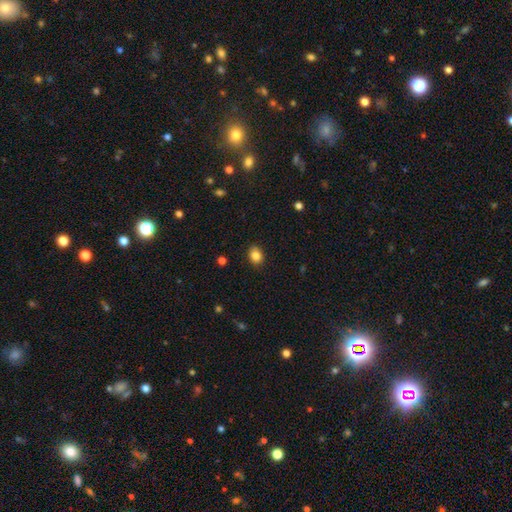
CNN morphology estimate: Q: Smooth or featured?
A: smooth (84%); runner-up: star or artifact (10%)
Q: How rounded?
A: in between (62%); runner-up: round (37%)
Q: Merging?
A: none (85%); runner-up: minor disturbance (11%)